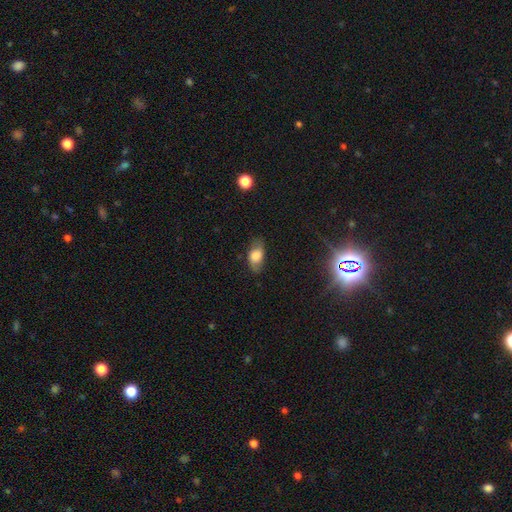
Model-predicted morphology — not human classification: type=smooth (75%); roundness=in between (87%); merging=none (71%).